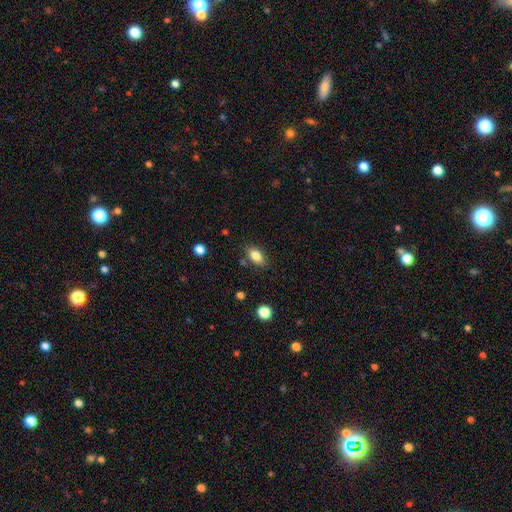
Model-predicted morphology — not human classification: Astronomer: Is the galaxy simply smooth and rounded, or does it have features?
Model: smooth — 83%.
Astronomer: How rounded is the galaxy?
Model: in between — 87%.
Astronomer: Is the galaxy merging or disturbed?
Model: none — 80%.